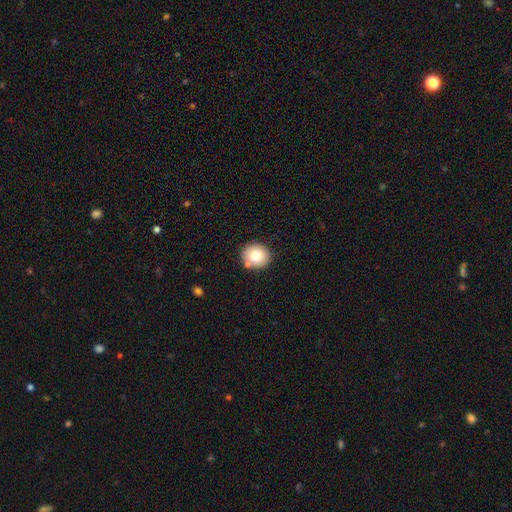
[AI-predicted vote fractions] This is likely a smooth galaxy (77%). How rounded: clearly round (87%). Merging: clearly none (81%).